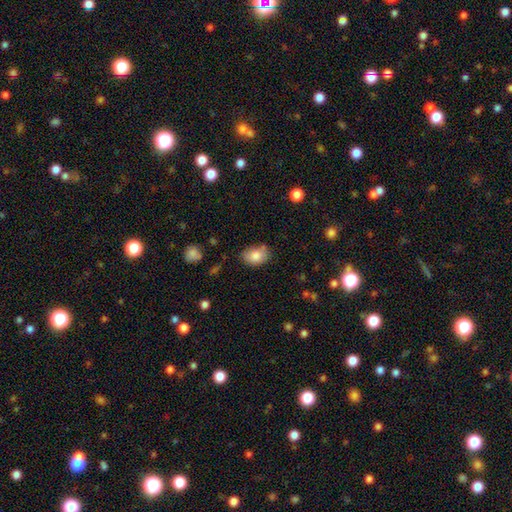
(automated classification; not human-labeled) A smooth galaxy with no disk features (83%) that is in between round and cigar-shaped (79%). Merging: none (64%).